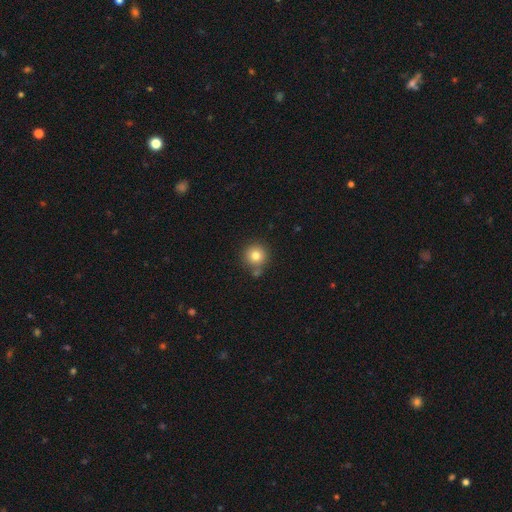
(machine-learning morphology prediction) A smooth galaxy with no disk features (80%) that is round (94%).

Vote fractions:
- Smooth or featured? smooth: 80% / star or artifact: 11% / featured or disk: 9%
- How rounded? round: 94% / in between: 5% / cigar-shaped: 1%
- Merging? none: 74% / merger: 12% / minor disturbance: 12% / major disturbance: 3%